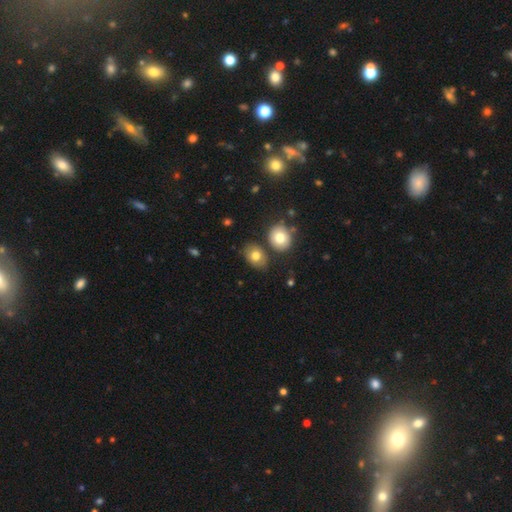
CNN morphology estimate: smooth 76%, featured or disk 15%, star or artifact 9%. Down the decision tree: how rounded — in between (67%); merging — none (70%).